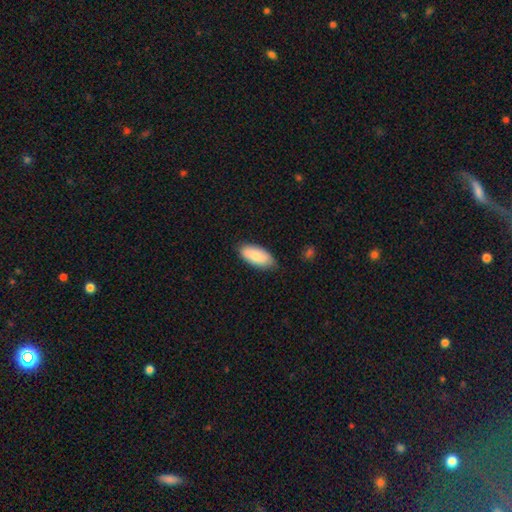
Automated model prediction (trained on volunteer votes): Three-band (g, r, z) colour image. It shows a smooth galaxy with no disk features (81%) that is in between round and cigar-shaped (90%). Merging: none (80%).